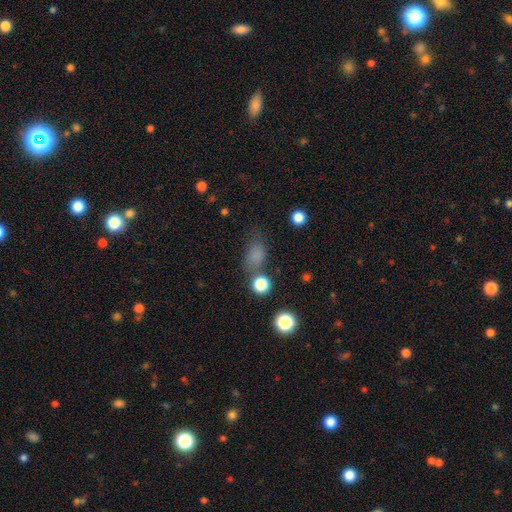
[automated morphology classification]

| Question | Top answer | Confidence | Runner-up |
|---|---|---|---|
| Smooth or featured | smooth | 77% | star or artifact (16%) |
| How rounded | in between | 72% | round (25%) |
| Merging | none | 60% | minor disturbance (22%) |